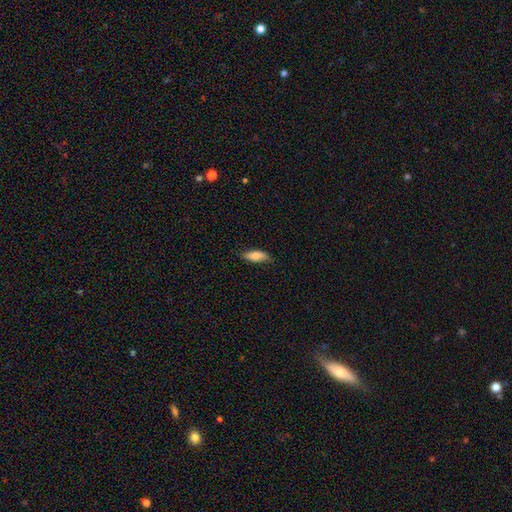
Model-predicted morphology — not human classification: Smooth or featured: smooth — 81% (featured or disk — 13%)
How rounded: in between — 69% (cigar-shaped — 29%)
Merging: none — 82% (minor disturbance — 14%)